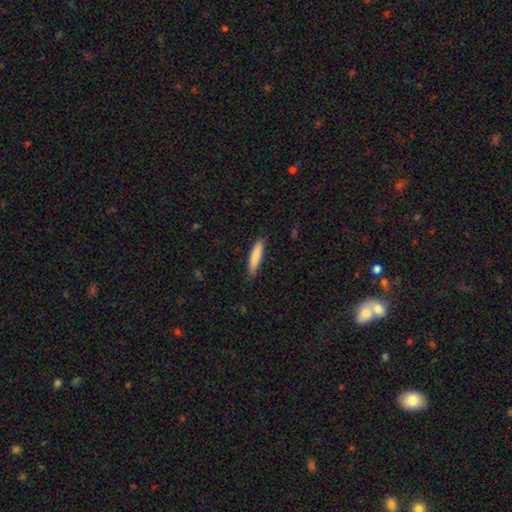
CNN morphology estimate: type=smooth (82%); roundness=cigar-shaped (79%); merging=none (83%).